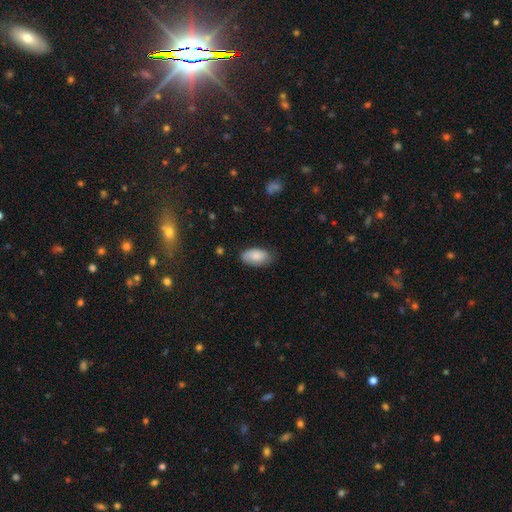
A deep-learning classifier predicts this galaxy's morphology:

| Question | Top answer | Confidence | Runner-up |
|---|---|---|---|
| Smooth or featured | smooth | 83% | featured or disk (11%) |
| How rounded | in between | 94% | round (3%) |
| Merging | none | 69% | minor disturbance (25%) |